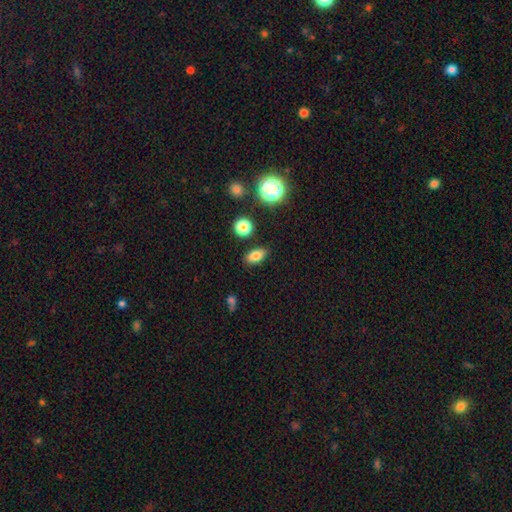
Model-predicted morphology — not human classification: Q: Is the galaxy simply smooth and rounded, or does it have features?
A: smooth — 79%.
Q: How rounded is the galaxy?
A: in between — 84%.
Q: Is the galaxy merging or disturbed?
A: none — 86%.